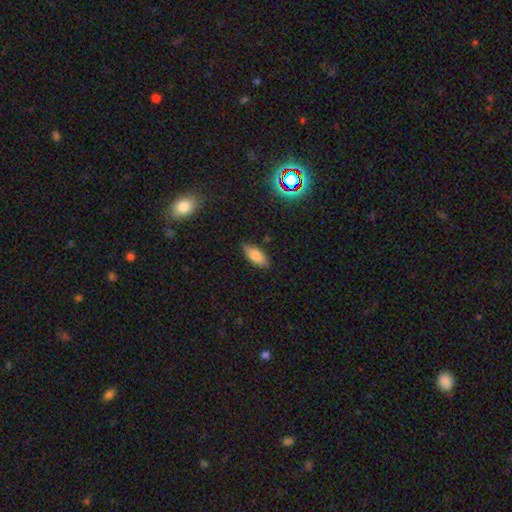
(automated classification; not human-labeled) Q: Smooth or featured?
A: smooth (80%); runner-up: featured or disk (11%)
Q: How rounded?
A: in between (83%); runner-up: cigar-shaped (15%)
Q: Merging?
A: none (80%); runner-up: minor disturbance (17%)